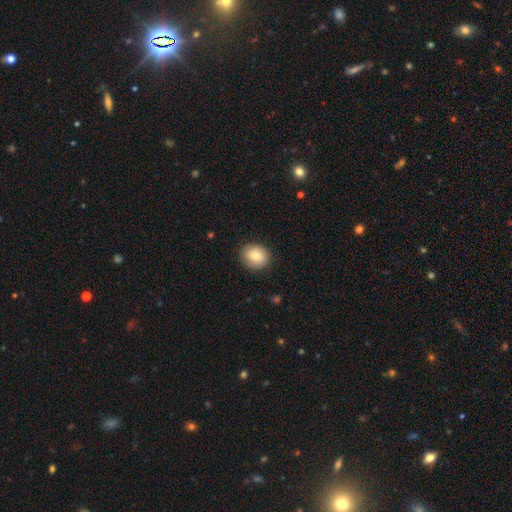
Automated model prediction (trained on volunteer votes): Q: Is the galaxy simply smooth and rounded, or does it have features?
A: smooth — 83%.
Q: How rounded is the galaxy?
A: round — 66%.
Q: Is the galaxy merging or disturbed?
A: none — 86%.